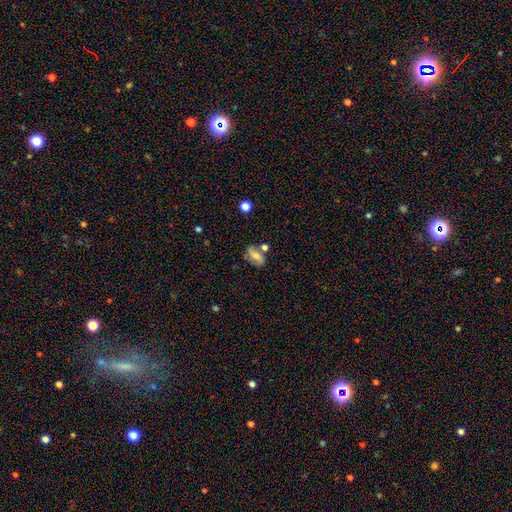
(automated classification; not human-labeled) Overall: smooth (55%; featured or disk 36%). How rounded: in between (82%). Merging: none (60%).